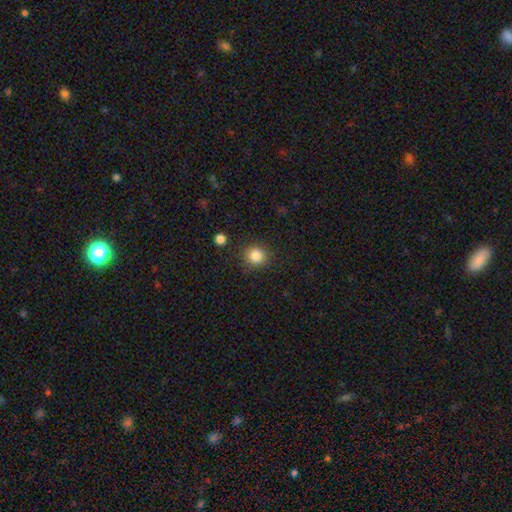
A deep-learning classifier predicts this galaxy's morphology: The model was most divided on "smooth or featured": smooth: 85%, star or artifact: 11%, featured or disk: 4%. More confident: how rounded — round (88%); merging — none (87%).